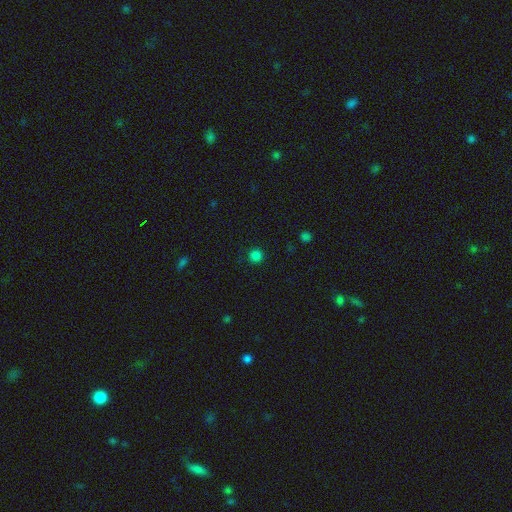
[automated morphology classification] smooth 81%, star or artifact 15%, featured or disk 3%. Down the decision tree: how rounded — round (95%); merging — none (91%).